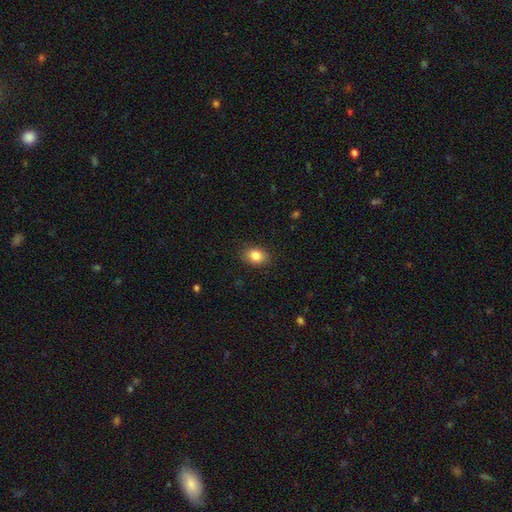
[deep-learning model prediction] Smooth or featured? smooth (85%)
How rounded? in between (69%)
Merging? none (87%)